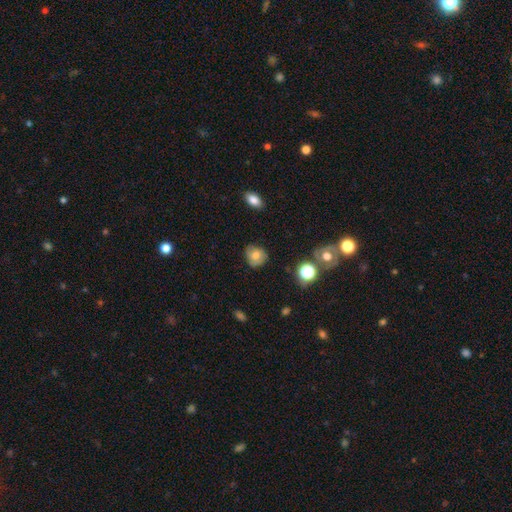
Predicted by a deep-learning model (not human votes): The model was most divided on "smooth or featured": smooth: 71%, featured or disk: 18%, star or artifact: 11%. More confident: how rounded — round (77%); merging — none (75%).